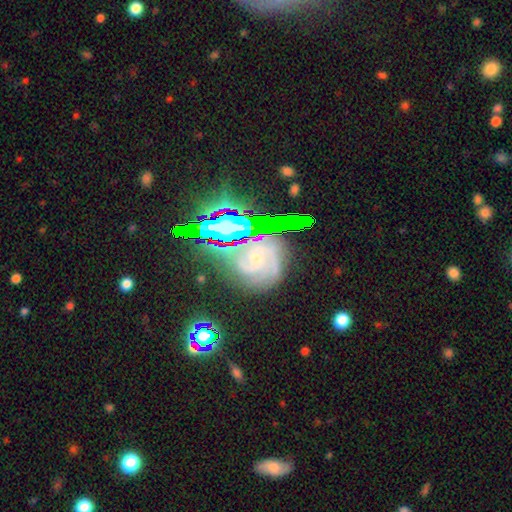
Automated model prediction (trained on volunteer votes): Smooth or featured: featured or disk — 63% (star or artifact — 27%)
Edge-on disk: no — 95% (yes — 5%)
Bar: no — 68% (weak — 22%)
Spiral arms: yes — 96% (no — 4%)
Spiral winding: tight — 74% (medium — 21%)
Spiral arm count: 3 — 29% (can't tell — 23%)
Bulge size: small — 71% (moderate — 24%)
Merging: none — 70% (minor disturbance — 17%)